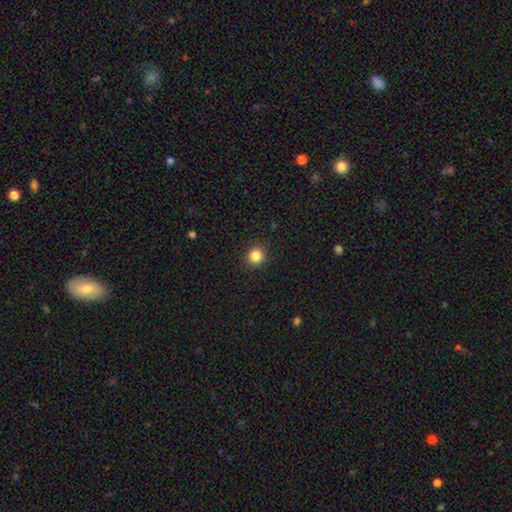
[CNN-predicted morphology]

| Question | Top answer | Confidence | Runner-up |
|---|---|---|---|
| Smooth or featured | smooth | 84% | star or artifact (12%) |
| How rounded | round | 92% | in between (7%) |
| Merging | none | 92% | minor disturbance (5%) |